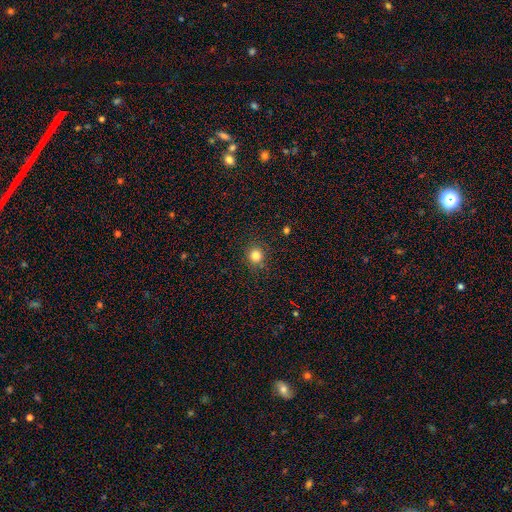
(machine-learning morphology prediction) smooth_or_featured: smooth (p=0.82) [alt: star or artifact p=0.14]
how_rounded: round (p=0.92) [alt: in between p=0.07]
merging: none (p=0.88) [alt: minor disturbance p=0.08]